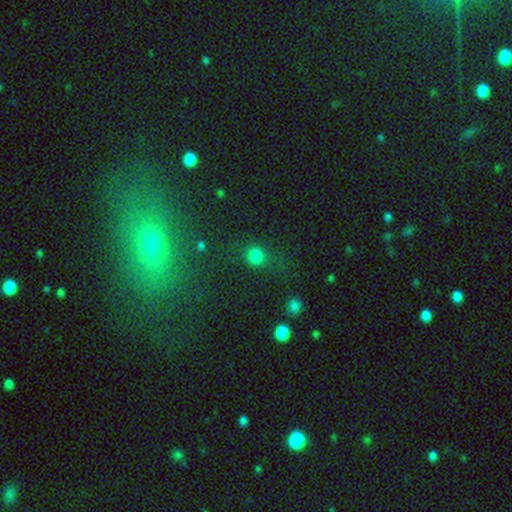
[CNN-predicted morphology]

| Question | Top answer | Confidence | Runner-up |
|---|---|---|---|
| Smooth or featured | smooth | 73% | star or artifact (20%) |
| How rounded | round | 80% | in between (17%) |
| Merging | none | 70% | minor disturbance (13%) |